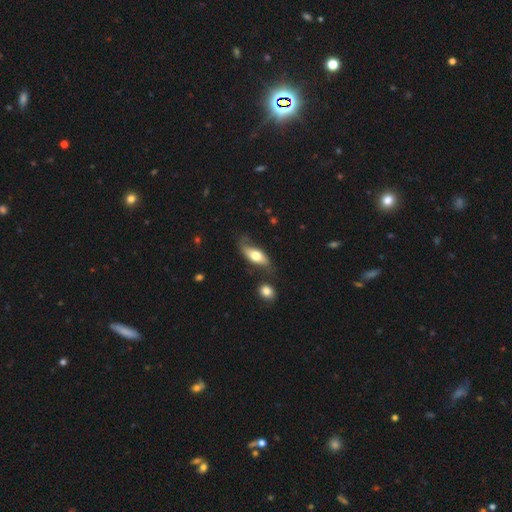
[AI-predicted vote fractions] Smooth or featured? Predicted: smooth (p=0.54). How rounded? Predicted: in between (p=0.77). Merging? Predicted: none (p=0.51).